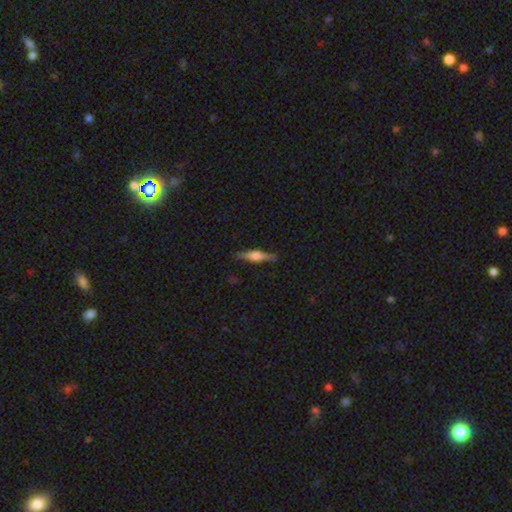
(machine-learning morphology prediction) featured or disk 65%, smooth 29%, star or artifact 6%. Down the decision tree: edge-on disk — yes (97%); edge-on bulge — rounded (84%); merging — none (88%).